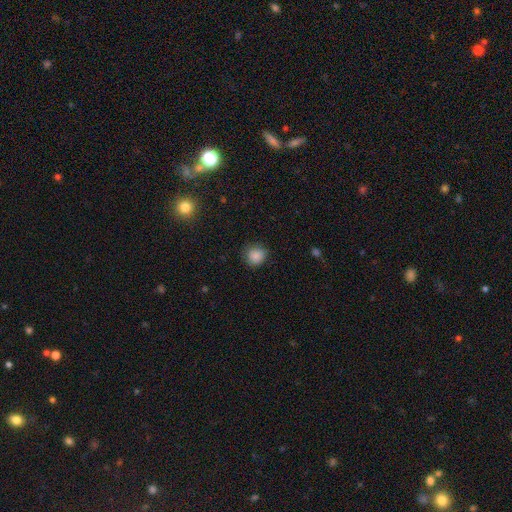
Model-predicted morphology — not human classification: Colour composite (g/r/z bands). It shows a smooth galaxy with no disk features (87%) that is round (88%). Merging: none (83%).